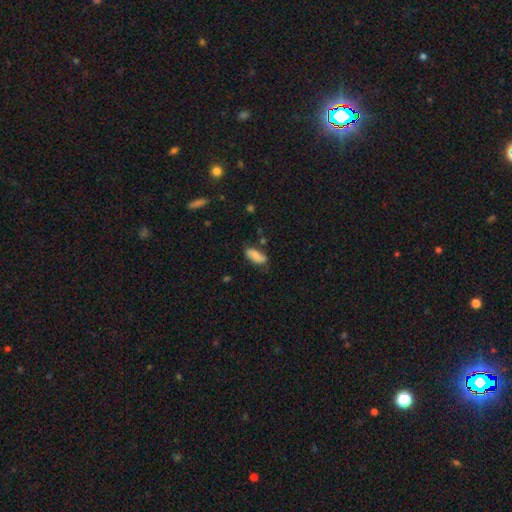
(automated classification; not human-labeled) smooth-or-featured: smooth: 81% | featured or disk: 12% | star or artifact: 8%
  how-rounded: in between: 83% | cigar-shaped: 15% | round: 2%
  merging: none: 66% | minor disturbance: 24% | major disturbance: 6% | merger: 4%